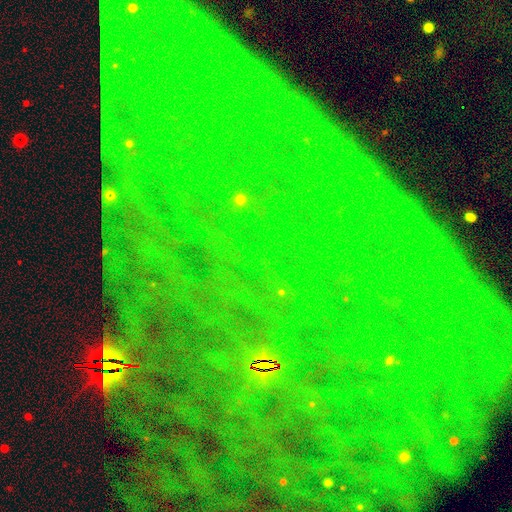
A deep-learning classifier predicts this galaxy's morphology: A star or artifact, not a galaxy (84%).